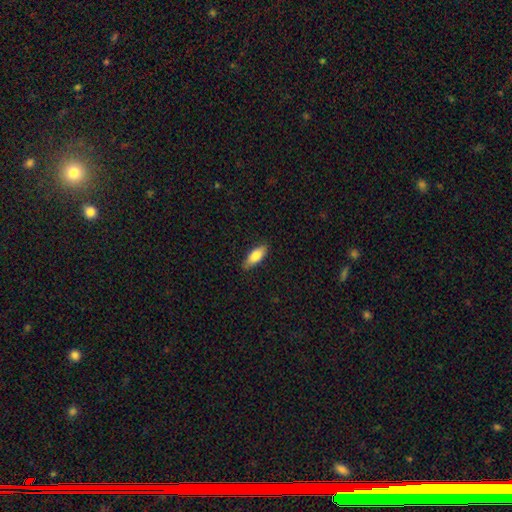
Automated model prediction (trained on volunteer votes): Smooth or featured: smooth — 82% (featured or disk — 12%)
How rounded: in between — 73% (cigar-shaped — 25%)
Merging: none — 86% (minor disturbance — 11%)